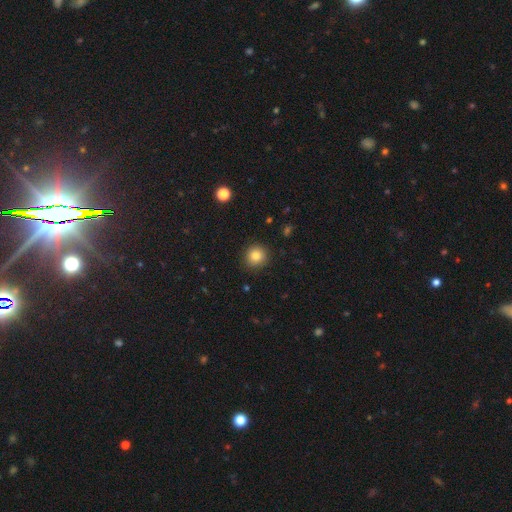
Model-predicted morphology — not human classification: Smooth or featured? smooth (82%)
How rounded? round (92%)
Merging? none (90%)